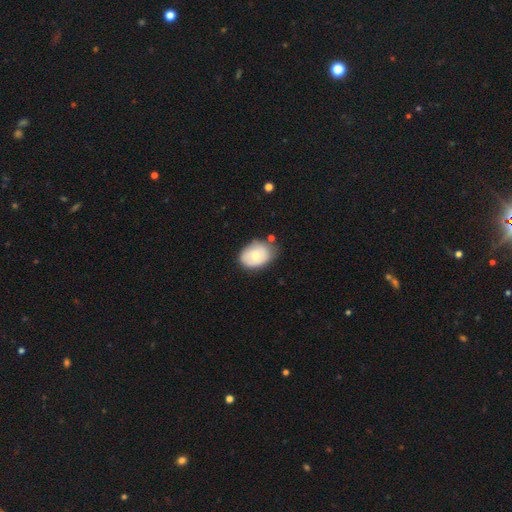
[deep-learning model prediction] Q: Smooth or featured?
A: smooth (69%); runner-up: featured or disk (24%)
Q: How rounded?
A: in between (71%); runner-up: round (28%)
Q: Merging?
A: none (63%); runner-up: minor disturbance (27%)